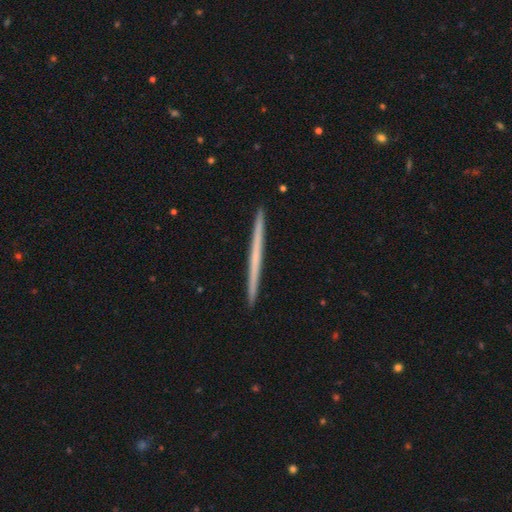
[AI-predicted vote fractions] Smooth or featured?
  - featured or disk: 58% *
  - smooth: 36%
  - star or artifact: 6%
Edge-on disk?
  - yes: 98% *
  - no: 2%
Edge-on bulge?
  - none: 87% *
  - rounded: 10%
  - boxy: 3%
Merging?
  - none: 93% *
  - minor disturbance: 5%
  - merger: 1%
  - major disturbance: 1%